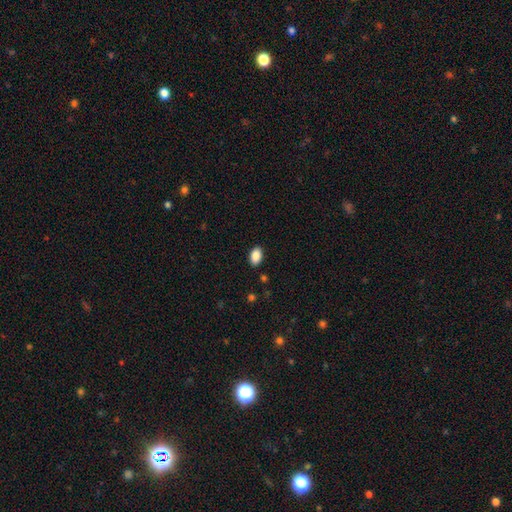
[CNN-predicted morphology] Overall: smooth (89%). How rounded: in between (91%). Merging: none (89%).